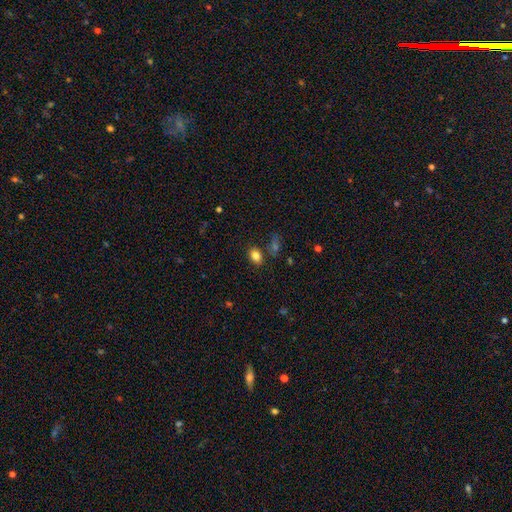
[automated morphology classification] type=smooth (83%); roundness=in between (74%); merging=none (78%).